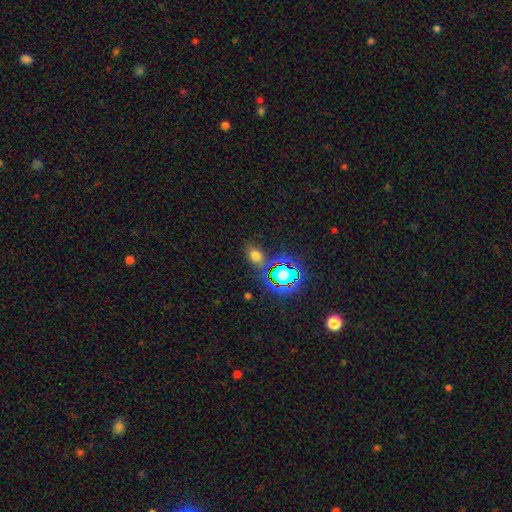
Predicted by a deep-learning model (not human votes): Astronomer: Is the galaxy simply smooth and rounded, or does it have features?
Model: smooth — 59%.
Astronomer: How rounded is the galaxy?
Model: in between — 74%.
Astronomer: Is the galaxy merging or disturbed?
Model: none — 76%.